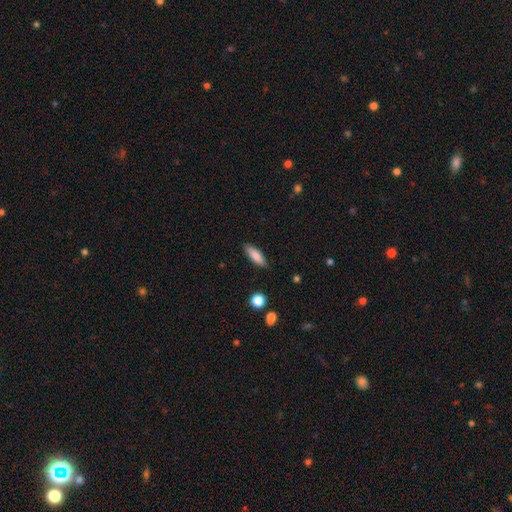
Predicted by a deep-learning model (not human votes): This is clearly a smooth galaxy (83%). How rounded: possibly in between (53%). Merging: clearly none (87%).